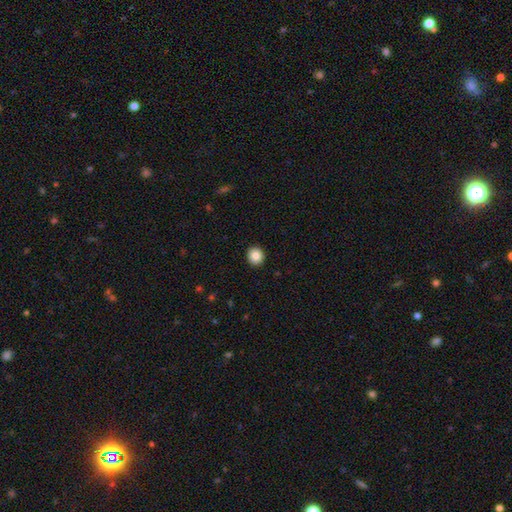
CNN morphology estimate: smooth 85%, star or artifact 9%, featured or disk 7%. Down the decision tree: how rounded — round (90%); merging — none (93%).